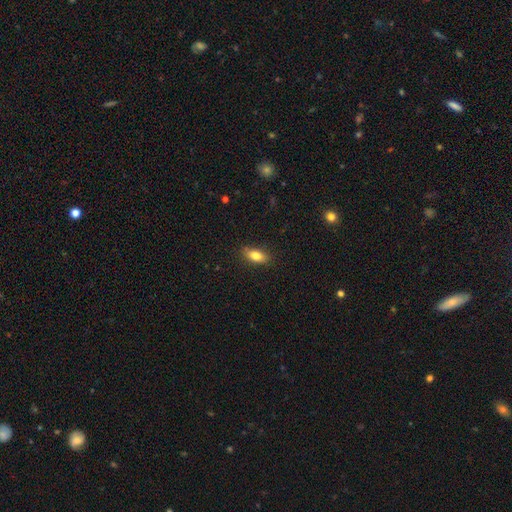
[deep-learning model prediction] smooth-or-featured: smooth: 80% | featured or disk: 13% | star or artifact: 8%
  how-rounded: in between: 83% | cigar-shaped: 12% | round: 5%
  merging: none: 84% | minor disturbance: 12% | major disturbance: 2% | merger: 1%